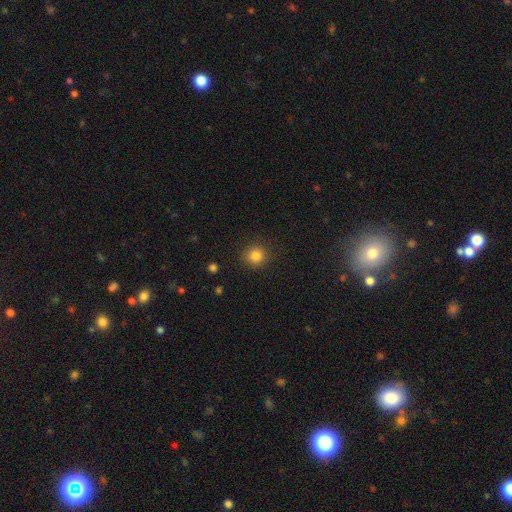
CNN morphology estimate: A smooth galaxy with no disk features (84%) that is round (91%).

Vote fractions:
- Smooth or featured? smooth: 84% / star or artifact: 12% / featured or disk: 5%
- How rounded? round: 91% / in between: 8% / cigar-shaped: 1%
- Merging? none: 90% / minor disturbance: 7% / major disturbance: 2% / merger: 1%